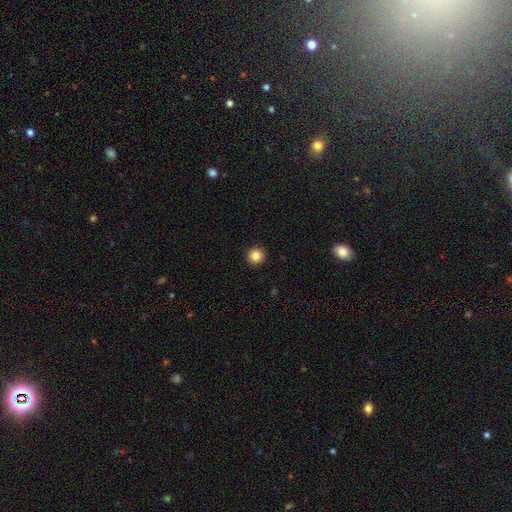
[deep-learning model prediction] Overall: smooth (84%). How rounded: round (96%). Merging: none (94%).